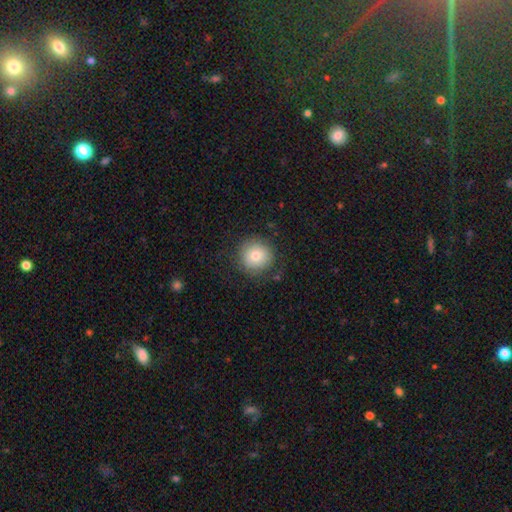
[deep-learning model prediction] This is likely a smooth galaxy (76%). How rounded: clearly round (94%). Merging: clearly none (83%).